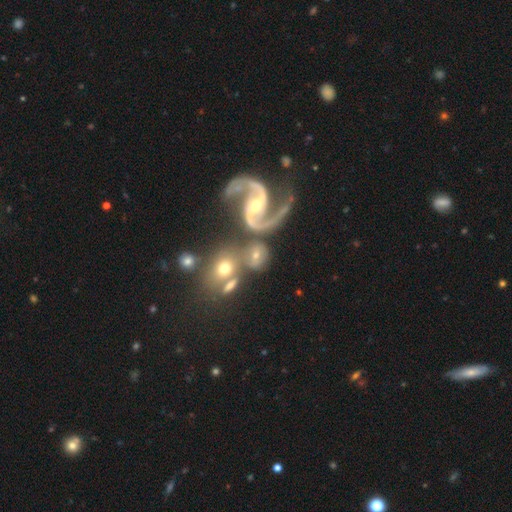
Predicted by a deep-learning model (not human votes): smooth_or_featured: featured or disk (p=0.61) [alt: smooth p=0.29]
disk_edge_on: no (p=0.96) [alt: yes p=0.04]
bar: weak (p=0.43) [alt: no p=0.36]
has_spiral_arms: yes (p=0.86) [alt: no p=0.14]
spiral_winding: loose (p=0.48) [alt: medium p=0.39]
spiral_arm_count: 2 (p=0.82) [alt: 1 p=0.10]
bulge_size: moderate (p=0.59) [alt: small p=0.32]
merging: none (p=0.39) [alt: merger p=0.35]